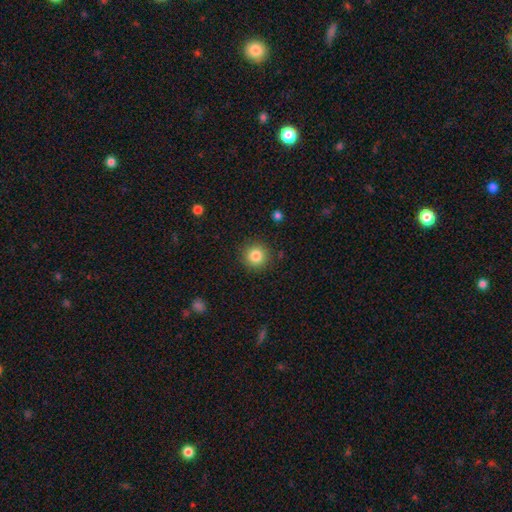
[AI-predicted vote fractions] smooth-or-featured: smooth: 84% | star or artifact: 10% | featured or disk: 6%
  how-rounded: round: 94% | in between: 5% | cigar-shaped: 1%
  merging: none: 89% | minor disturbance: 7% | major disturbance: 2% | merger: 1%